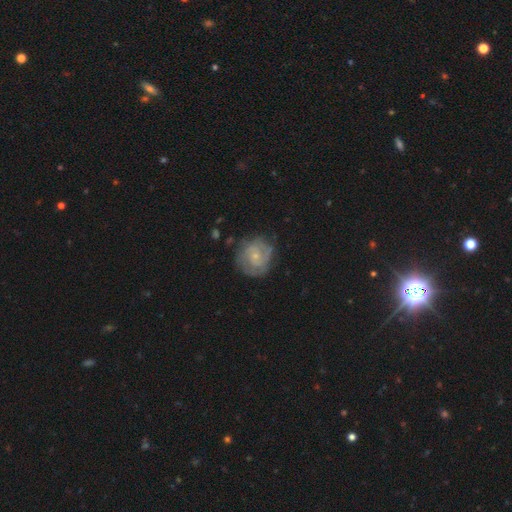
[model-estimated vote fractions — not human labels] A featured or disk galaxy (65%) with no bar (74%), tight (60%) spiral arms (80%) and a small central bulge (71%).

Vote fractions:
- Smooth or featured? featured or disk: 65% / smooth: 28% / star or artifact: 6%
- Edge-on disk? no: 98% / yes: 2%
- Bar? no: 74% / weak: 22% / strong: 3%
- Spiral arms? yes: 80% / no: 20%
- Spiral winding? tight: 60% / medium: 30% / loose: 10%
- Spiral arm count? can't tell: 38% / 2: 36% / 3: 13% / 1: 5% / 4: 4% / more than 4: 3%
- Bulge size? small: 71% / moderate: 23% / none: 4% / large: 1% / dominant: 1%
- Merging? none: 70% / minor disturbance: 20% / major disturbance: 8% / merger: 2%